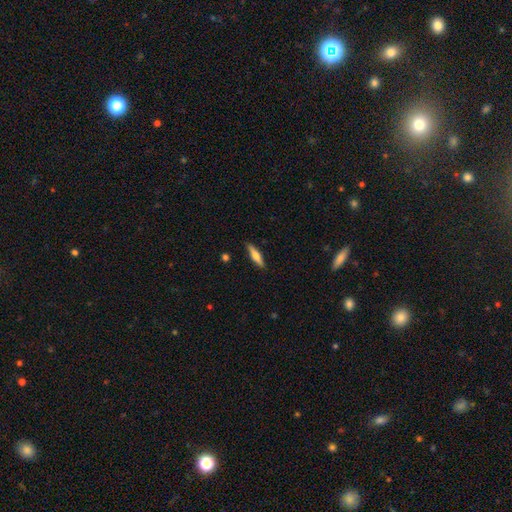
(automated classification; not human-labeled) smooth 60%, featured or disk 34%, star or artifact 6%. Down the decision tree: how rounded — cigar-shaped (73%); merging — none (88%).